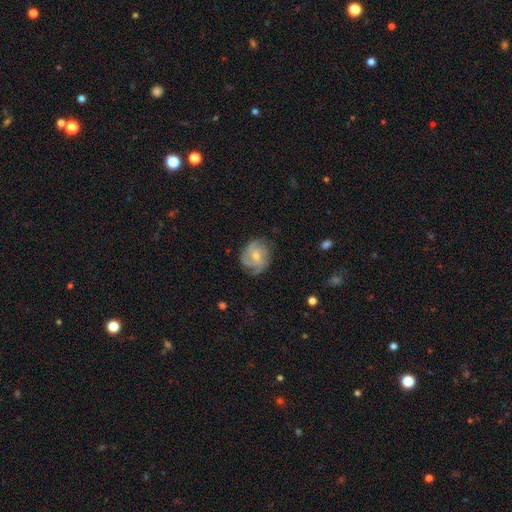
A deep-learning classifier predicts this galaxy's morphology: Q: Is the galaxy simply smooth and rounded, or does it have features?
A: featured or disk — 80%.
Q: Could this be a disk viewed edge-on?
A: no — 98%.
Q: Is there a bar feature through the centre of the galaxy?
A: no — 60%.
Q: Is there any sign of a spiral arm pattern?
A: yes — 96%.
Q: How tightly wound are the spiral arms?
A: tight — 48%.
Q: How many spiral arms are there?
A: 3 — 43%.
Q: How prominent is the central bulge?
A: small — 54%.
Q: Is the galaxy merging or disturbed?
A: none — 74%.